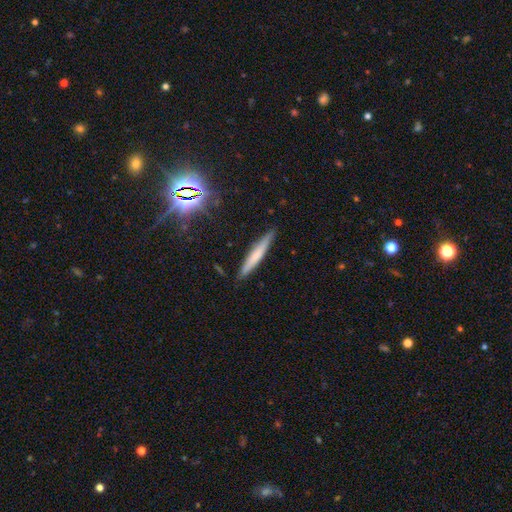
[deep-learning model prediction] smooth-or-featured: smooth: 59% | featured or disk: 33% | star or artifact: 8%
  how-rounded: cigar-shaped: 95% | in between: 4% | round: 1%
  merging: none: 89% | minor disturbance: 8% | major disturbance: 2% | merger: 1%